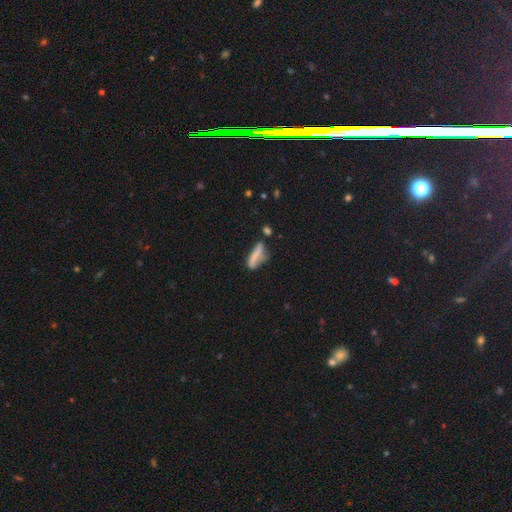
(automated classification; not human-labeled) Overall: smooth (65%; featured or disk 26%). How rounded: cigar-shaped (61%; in between 37%). Merging: none (41%; minor disturbance 28%).